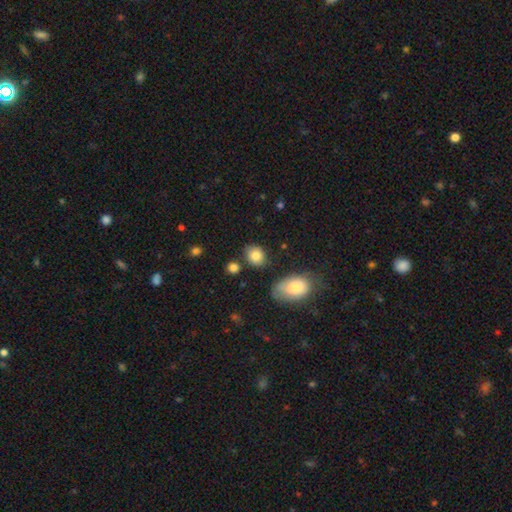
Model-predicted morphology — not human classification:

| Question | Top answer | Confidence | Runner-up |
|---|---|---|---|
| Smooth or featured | smooth | 84% | star or artifact (9%) |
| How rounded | round | 54% | in between (45%) |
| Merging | none | 78% | minor disturbance (13%) |